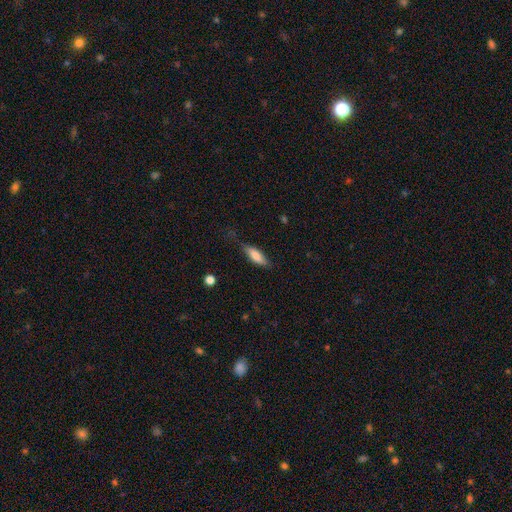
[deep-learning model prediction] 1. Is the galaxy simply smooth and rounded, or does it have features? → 76% smooth, 17% featured or disk, 6% star or artifact.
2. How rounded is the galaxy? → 59% in between, 39% cigar-shaped, 2% round.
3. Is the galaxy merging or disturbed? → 60% none, 28% minor disturbance, 11% major disturbance, 2% merger.